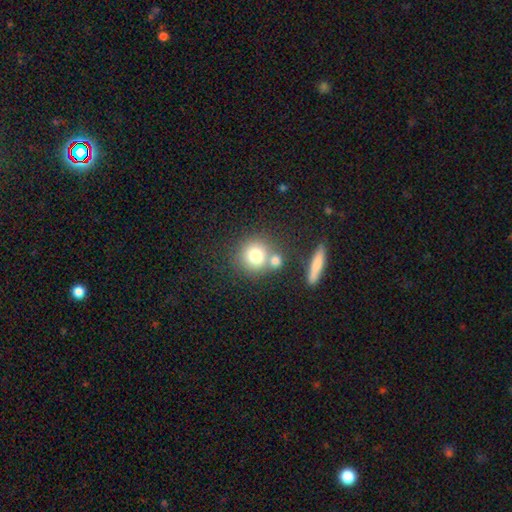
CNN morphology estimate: type=smooth (76%); roundness=round (89%); merging=none (56%).